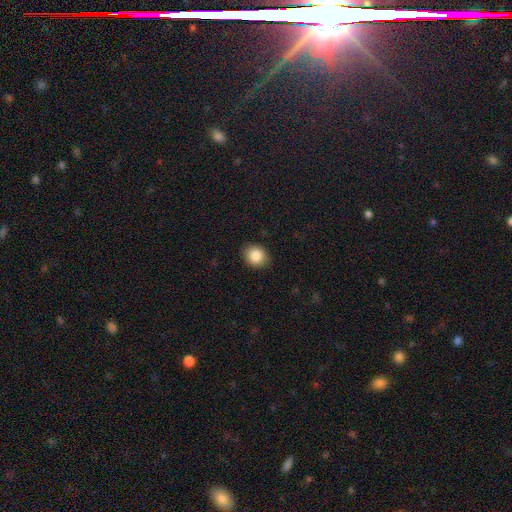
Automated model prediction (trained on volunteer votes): Overall: smooth (86%). How rounded: round (65%; in between 34%). Merging: none (87%).